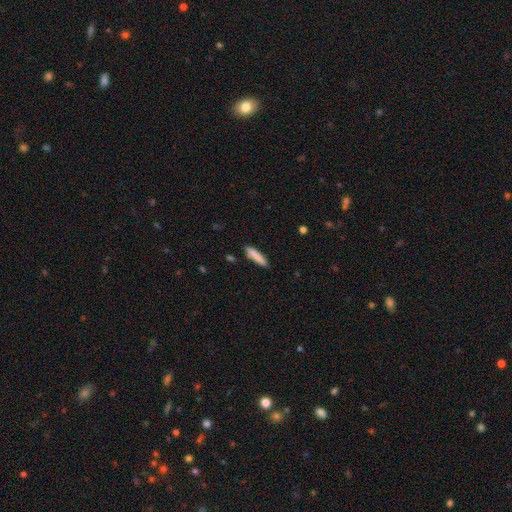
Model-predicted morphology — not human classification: Q: Smooth or featured?
A: smooth (84%); runner-up: featured or disk (10%)
Q: How rounded?
A: cigar-shaped (85%); runner-up: in between (14%)
Q: Merging?
A: none (85%); runner-up: minor disturbance (11%)